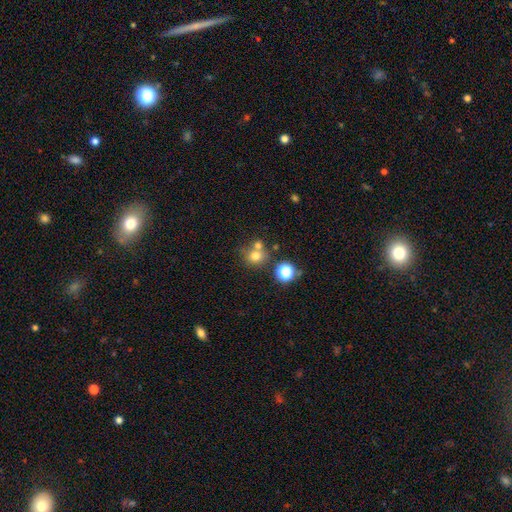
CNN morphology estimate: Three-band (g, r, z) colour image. It shows a smooth galaxy with no disk features (72%) that is round (82%). Merging: none (55%).